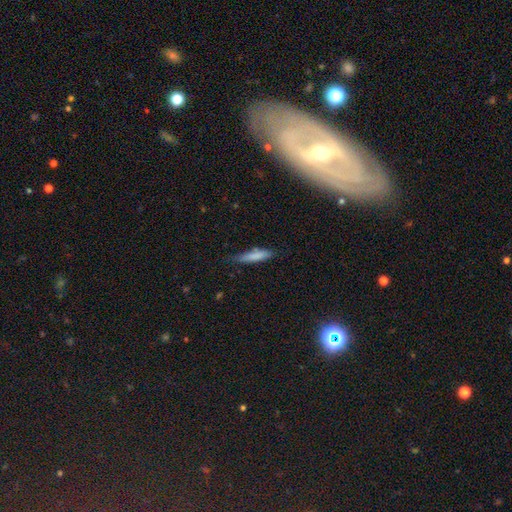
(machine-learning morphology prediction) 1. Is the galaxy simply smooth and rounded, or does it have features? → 80% smooth, 14% featured or disk, 7% star or artifact.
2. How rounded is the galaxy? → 78% cigar-shaped, 21% in between, 2% round.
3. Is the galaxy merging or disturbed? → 71% none, 22% minor disturbance, 4% major disturbance, 2% merger.